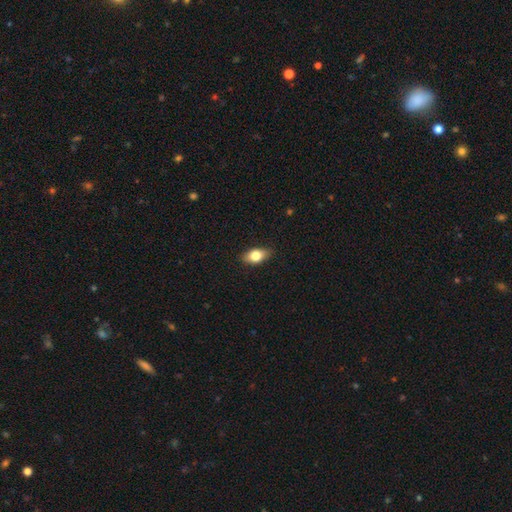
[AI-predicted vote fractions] smooth-or-featured: smooth: 77% | featured or disk: 15% | star or artifact: 8%
  how-rounded: in between: 86% | round: 9% | cigar-shaped: 5%
  merging: none: 85% | minor disturbance: 12% | major disturbance: 2% | merger: 1%